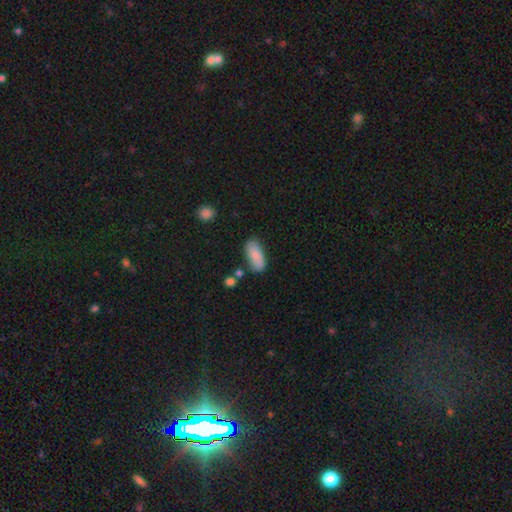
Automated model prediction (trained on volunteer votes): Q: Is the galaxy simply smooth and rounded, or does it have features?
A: smooth — 85%.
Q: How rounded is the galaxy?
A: in between — 86%.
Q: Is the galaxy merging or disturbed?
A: none — 70%.